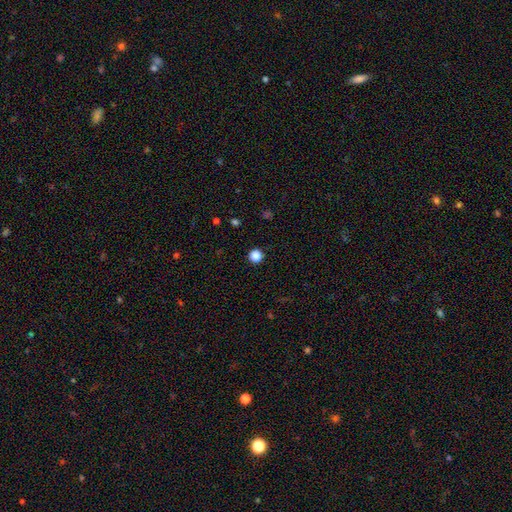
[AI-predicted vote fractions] smooth-or-featured: smooth: 85% | star or artifact: 12% | featured or disk: 3%
  how-rounded: round: 96% | in between: 3% | cigar-shaped: 1%
  merging: none: 93% | minor disturbance: 4% | major disturbance: 2% | merger: 1%